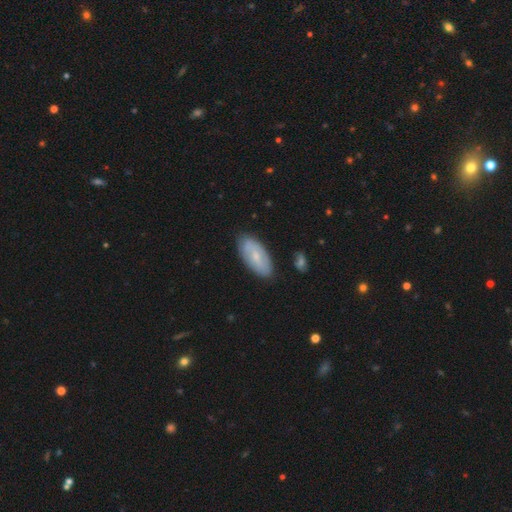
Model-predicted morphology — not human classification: Q: Smooth or featured?
A: smooth (50%); runner-up: featured or disk (43%)
Q: How rounded?
A: in between (90%); runner-up: cigar-shaped (8%)
Q: Merging?
A: none (82%); runner-up: minor disturbance (14%)